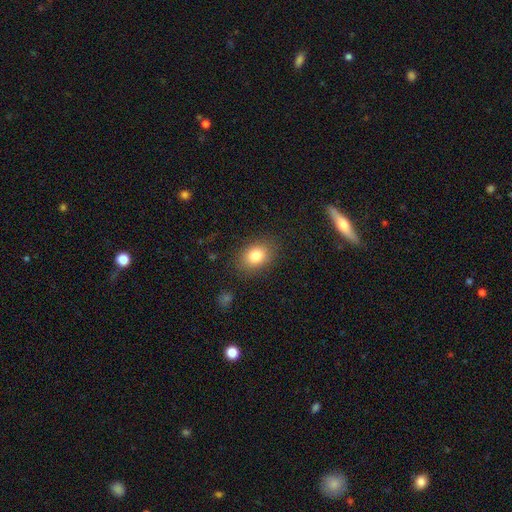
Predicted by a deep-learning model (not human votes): This is clearly a smooth galaxy (81%). How rounded: likely in between (65%). Merging: clearly none (83%).